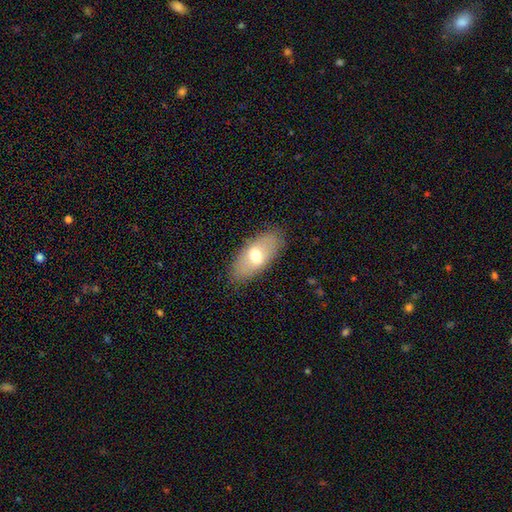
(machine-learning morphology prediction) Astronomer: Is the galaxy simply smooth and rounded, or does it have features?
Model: smooth — 62%.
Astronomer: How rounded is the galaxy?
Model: in between — 87%.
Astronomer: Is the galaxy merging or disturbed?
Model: none — 85%.